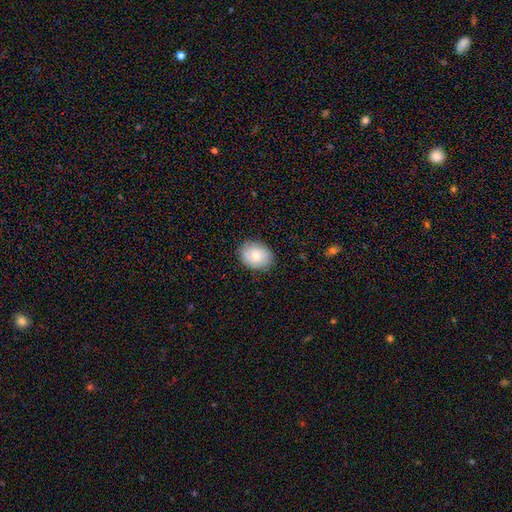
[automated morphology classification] smooth 76%, featured or disk 17%, star or artifact 7%. Down the decision tree: how rounded — in between (62%); merging — none (84%).